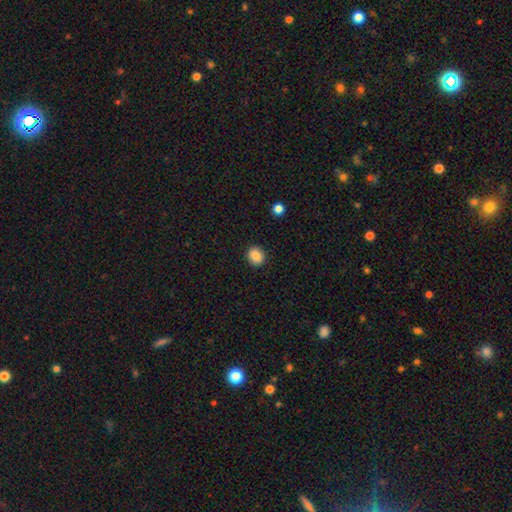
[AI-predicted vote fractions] smooth-or-featured: smooth: 86% | star or artifact: 9% | featured or disk: 5%
  how-rounded: round: 78% | in between: 22% | cigar-shaped: 1%
  merging: none: 91% | minor disturbance: 6% | major disturbance: 2% | merger: 1%